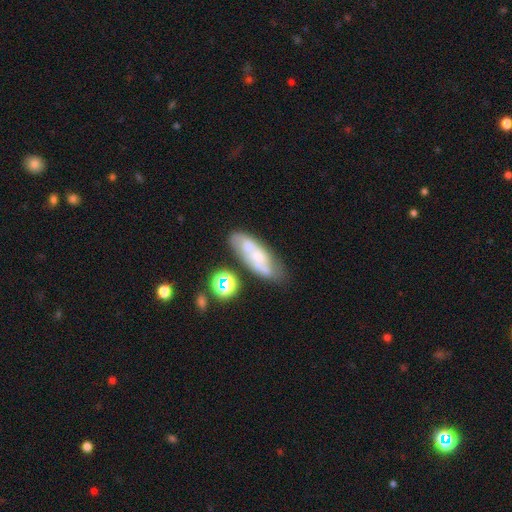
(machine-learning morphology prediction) The model was most divided on "smooth or featured": featured or disk: 46%, smooth: 44%, star or artifact: 10%. More confident: merging — none (57%).